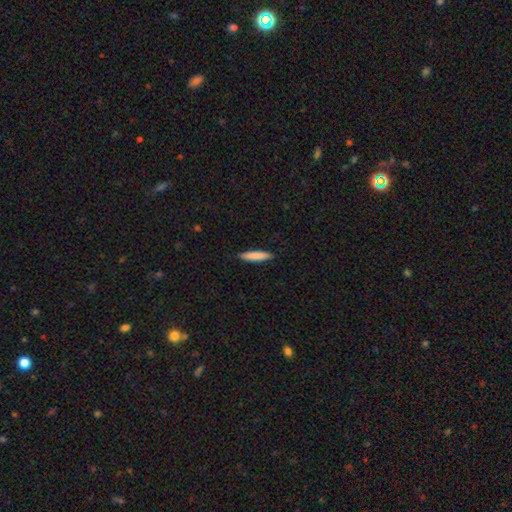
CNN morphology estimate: Smooth or featured: smooth — 84% (featured or disk — 11%)
How rounded: cigar-shaped — 88% (in between — 10%)
Merging: none — 90% (minor disturbance — 7%)